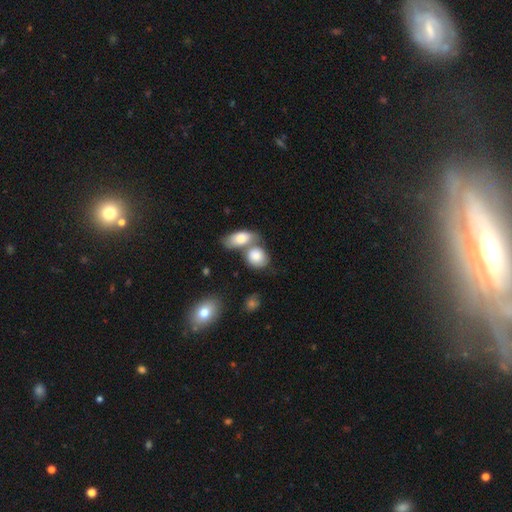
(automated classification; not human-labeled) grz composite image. It shows a smooth galaxy with no disk features (80%) that is in between round and cigar-shaped (58%). Merging: merger (53%).